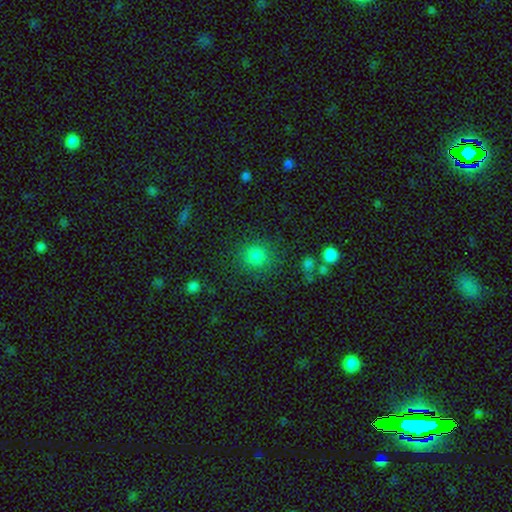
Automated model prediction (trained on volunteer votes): Q: Smooth or featured?
A: smooth (83%); runner-up: star or artifact (13%)
Q: How rounded?
A: round (91%); runner-up: in between (8%)
Q: Merging?
A: none (84%); runner-up: minor disturbance (9%)